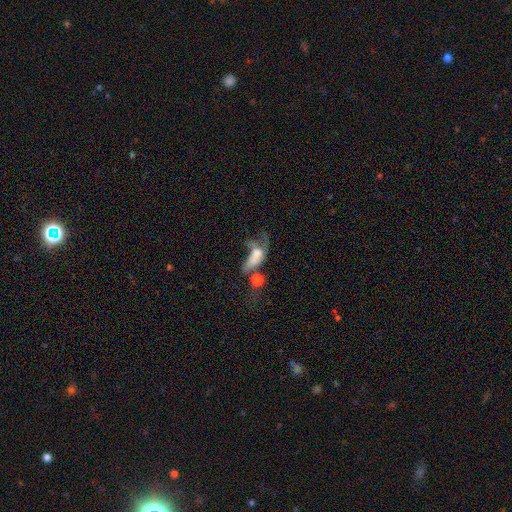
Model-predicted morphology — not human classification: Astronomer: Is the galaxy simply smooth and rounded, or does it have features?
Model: smooth — 46% (runner-up: featured or disk, 40%).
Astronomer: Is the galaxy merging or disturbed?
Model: major disturbance — 43% (runner-up: merger, 35%).